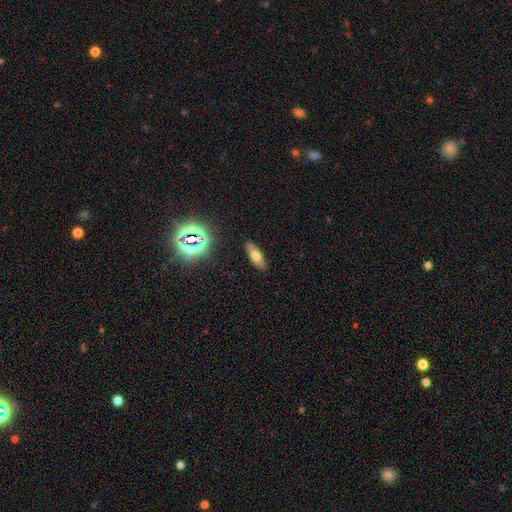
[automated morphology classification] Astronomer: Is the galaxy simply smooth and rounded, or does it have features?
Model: smooth — 60%.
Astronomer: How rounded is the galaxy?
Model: in between — 66%.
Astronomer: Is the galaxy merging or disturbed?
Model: none — 88%.